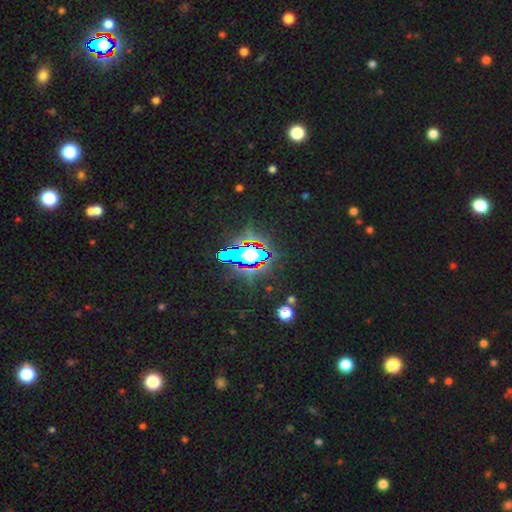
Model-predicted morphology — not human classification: Smooth or featured?
  - star or artifact: 68% *
  - smooth: 19%
  - featured or disk: 12%